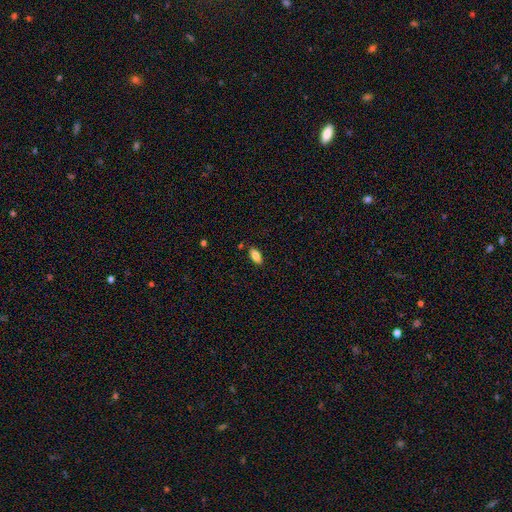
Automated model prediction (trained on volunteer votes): This appears to be a smooth galaxy with no disk features (84%) that is in between round and cigar-shaped (89%). Merging: none (85%).